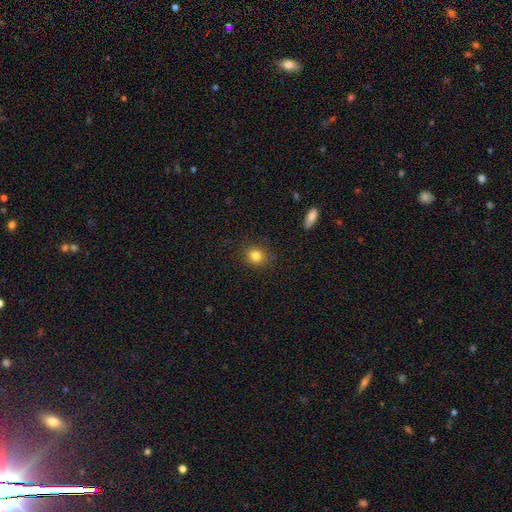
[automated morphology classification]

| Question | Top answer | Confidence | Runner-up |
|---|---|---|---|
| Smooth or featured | smooth | 82% | star or artifact (11%) |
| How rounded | round | 76% | in between (23%) |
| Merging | none | 86% | minor disturbance (10%) |